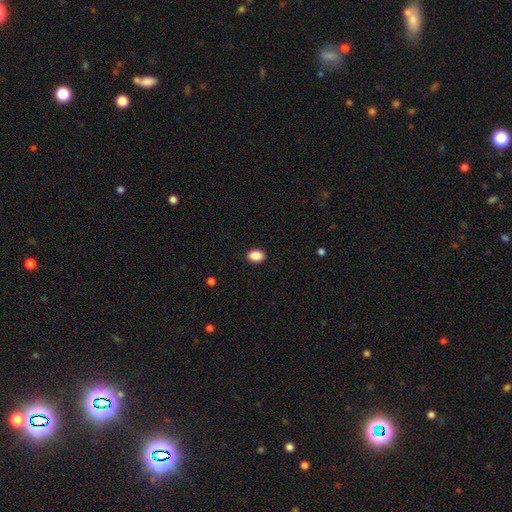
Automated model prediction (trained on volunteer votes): Q: Smooth or featured?
A: smooth (89%); runner-up: star or artifact (8%)
Q: How rounded?
A: in between (76%); runner-up: round (23%)
Q: Merging?
A: none (88%); runner-up: minor disturbance (9%)